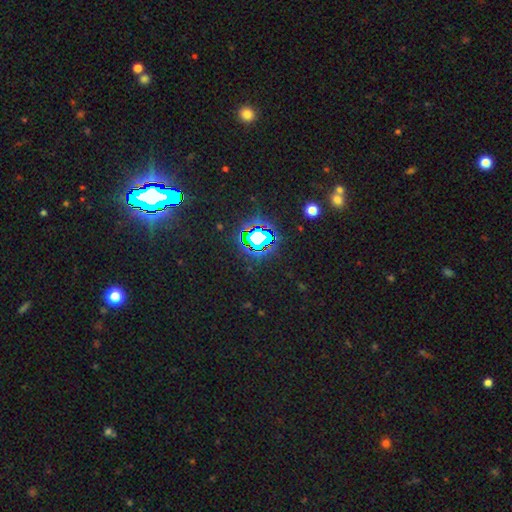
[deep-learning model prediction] Smooth or featured?
  - star or artifact: 84% *
  - smooth: 10%
  - featured or disk: 7%